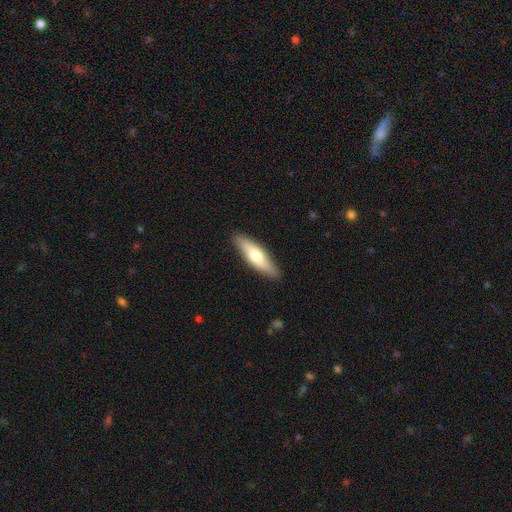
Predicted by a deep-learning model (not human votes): Smooth or featured? smooth (57%)
How rounded? cigar-shaped (64%)
Merging? none (88%)